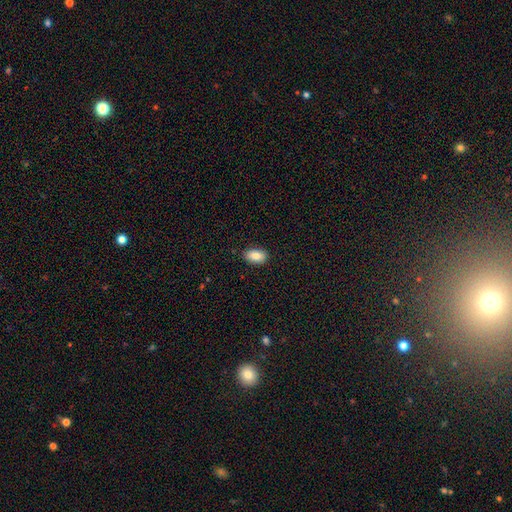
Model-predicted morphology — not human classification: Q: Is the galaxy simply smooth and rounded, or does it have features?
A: smooth — 85%.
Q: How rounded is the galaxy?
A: in between — 90%.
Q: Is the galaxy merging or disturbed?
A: none — 87%.